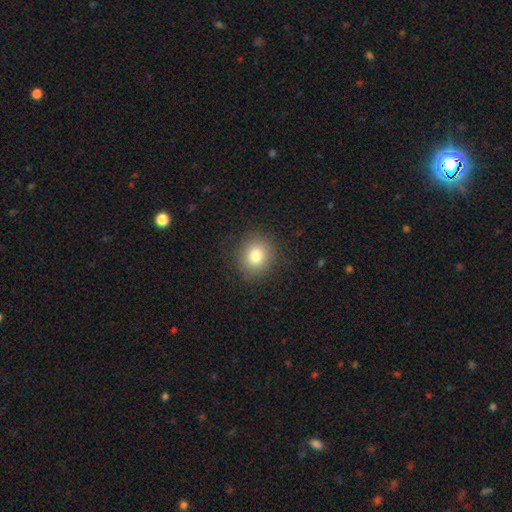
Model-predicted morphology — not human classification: Smooth or featured? Predicted: smooth (p=0.80). How rounded? Predicted: round (p=0.85). Merging? Predicted: none (p=0.89).